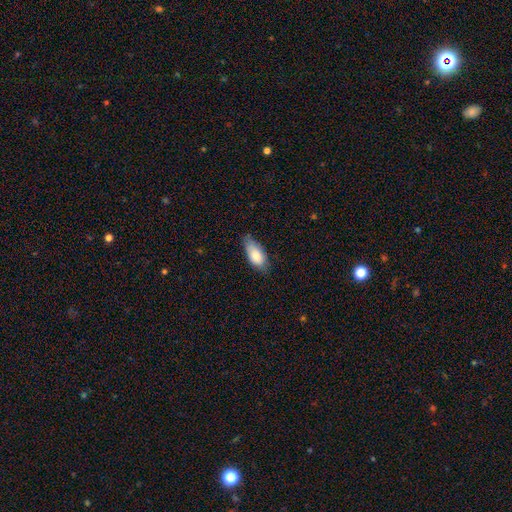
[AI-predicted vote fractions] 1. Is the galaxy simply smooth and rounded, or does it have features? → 81% smooth, 13% featured or disk, 6% star or artifact.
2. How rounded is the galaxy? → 88% in between, 9% cigar-shaped, 3% round.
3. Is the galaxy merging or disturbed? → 65% none, 29% minor disturbance, 5% major disturbance, 1% merger.